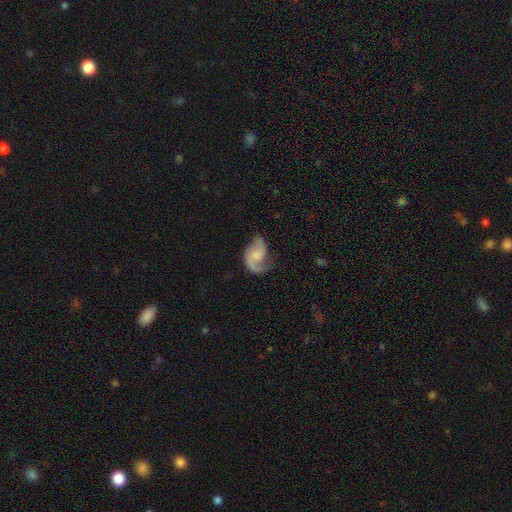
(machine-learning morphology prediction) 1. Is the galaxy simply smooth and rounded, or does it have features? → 81% featured or disk, 13% smooth, 5% star or artifact.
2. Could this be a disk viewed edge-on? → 98% no, 2% yes.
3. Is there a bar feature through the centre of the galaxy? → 62% no, 33% weak, 5% strong.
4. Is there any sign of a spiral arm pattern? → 96% yes, 4% no.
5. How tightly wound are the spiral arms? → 44% loose, 43% medium, 13% tight.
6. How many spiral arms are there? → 77% 2, 17% 1, 3% can't tell, 1% 3, 1% 4, 1% more than 4.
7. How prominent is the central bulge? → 36% small, 35% none, 23% moderate, 5% large, 1% dominant.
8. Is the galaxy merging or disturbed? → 59% none, 22% minor disturbance, 17% major disturbance, 2% merger.